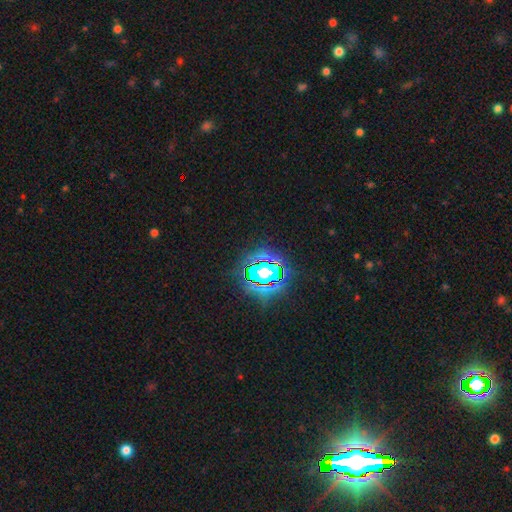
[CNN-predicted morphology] Overall: star or artifact (84%).